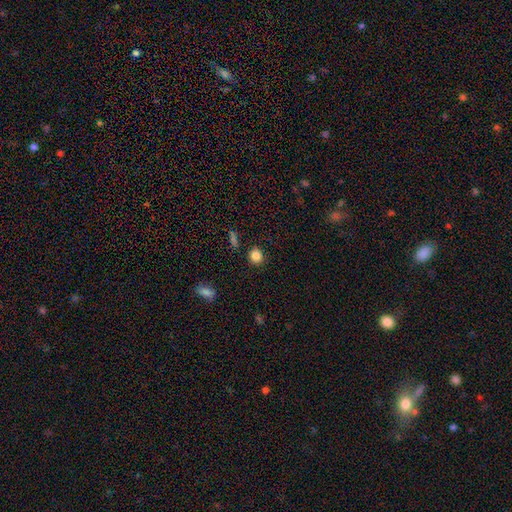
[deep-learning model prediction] A smooth galaxy with no disk features (85%) that is round (88%).

Vote fractions:
- Smooth or featured? smooth: 85% / star or artifact: 11% / featured or disk: 4%
- How rounded? round: 88% / in between: 11% / cigar-shaped: 1%
- Merging? none: 89% / minor disturbance: 7% / major disturbance: 2% / merger: 2%